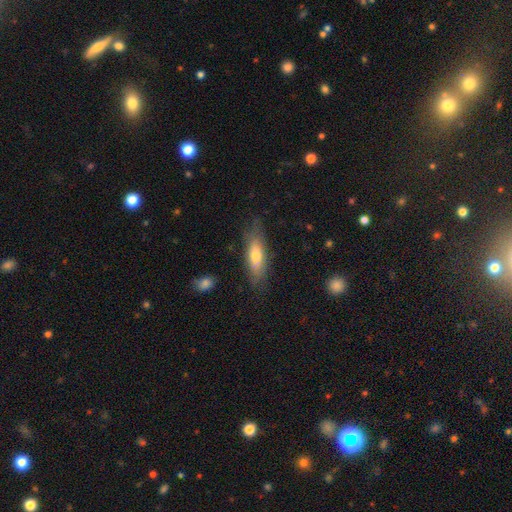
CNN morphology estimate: A smooth galaxy with no disk features (62%) that is in between round and cigar-shaped (53%). Merging: none (73%).